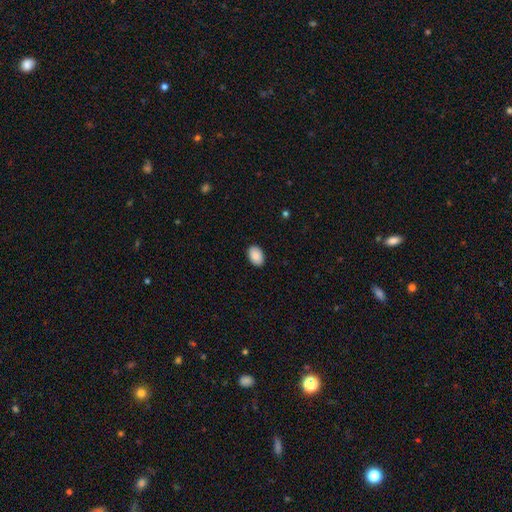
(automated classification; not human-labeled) This is clearly a smooth galaxy (89%). How rounded: clearly in between (87%). Merging: clearly none (89%).